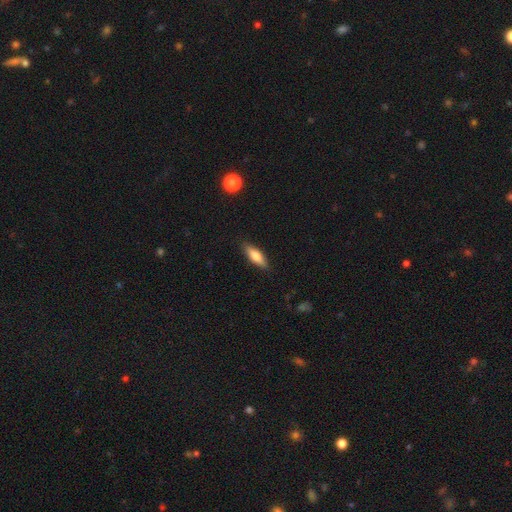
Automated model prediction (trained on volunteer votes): This is likely a smooth galaxy (69%). How rounded: possibly cigar-shaped (50%). Merging: clearly none (88%).